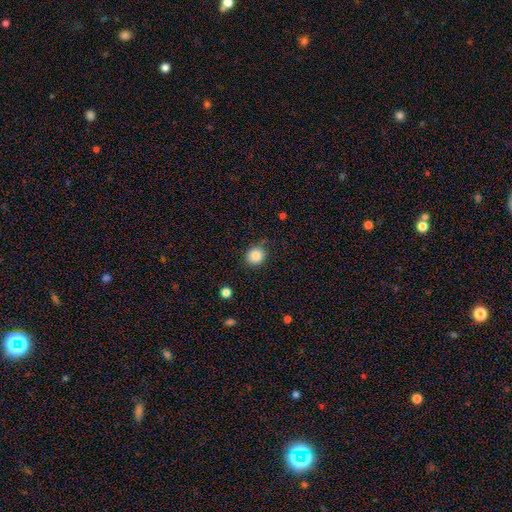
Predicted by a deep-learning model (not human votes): A smooth galaxy with no disk features (86%) that is round (85%).

Vote fractions:
- Smooth or featured? smooth: 86% / star or artifact: 10% / featured or disk: 4%
- How rounded? round: 85% / in between: 14% / cigar-shaped: 1%
- Merging? none: 80% / minor disturbance: 14% / major disturbance: 4% / merger: 2%